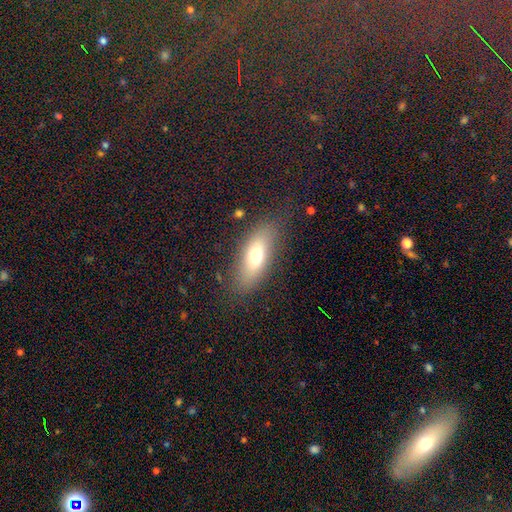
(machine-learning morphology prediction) Smooth or featured: smooth — 66% (featured or disk — 24%)
How rounded: in between — 72% (cigar-shaped — 23%)
Merging: none — 79% (minor disturbance — 13%)